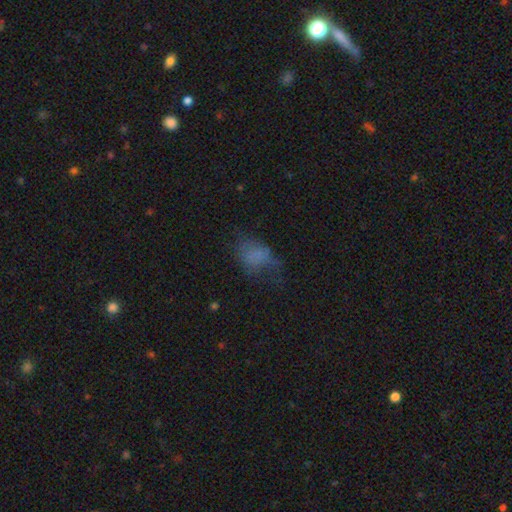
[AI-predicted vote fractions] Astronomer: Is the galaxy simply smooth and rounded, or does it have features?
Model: smooth — 62%.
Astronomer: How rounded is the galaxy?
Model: in between — 74%.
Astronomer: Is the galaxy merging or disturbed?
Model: none — 36% (runner-up: major disturbance, 35%).